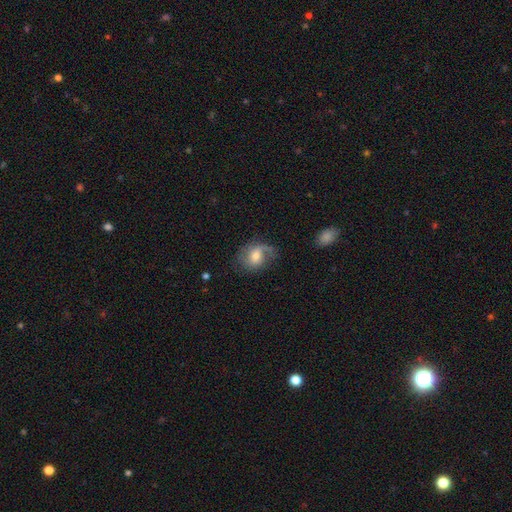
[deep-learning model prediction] featured or disk 64%, smooth 28%, star or artifact 8%. Down the decision tree: edge-on disk — no (97%); bar — no (53%); spiral arms — yes (90%); spiral arm count — 1 (47%); spiral winding — loose (50%); bulge size — moderate (58%); merging — none (56%).